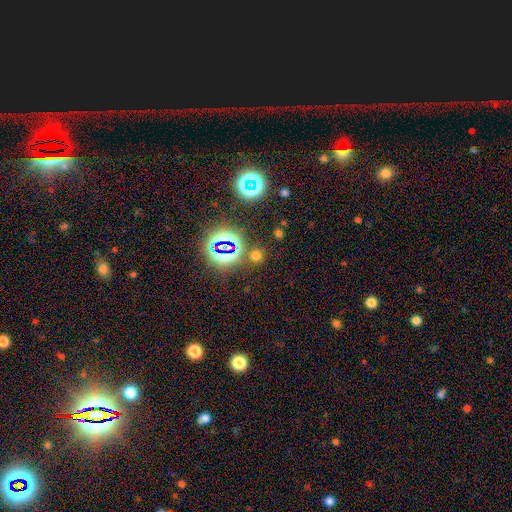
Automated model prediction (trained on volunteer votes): Smooth or featured?
  - smooth: 51% *
  - star or artifact: 43%
  - featured or disk: 6%
How rounded?
  - round: 85% *
  - in between: 13%
  - cigar-shaped: 1%
Merging?
  - none: 81% *
  - minor disturbance: 8%
  - merger: 7%
  - major disturbance: 4%